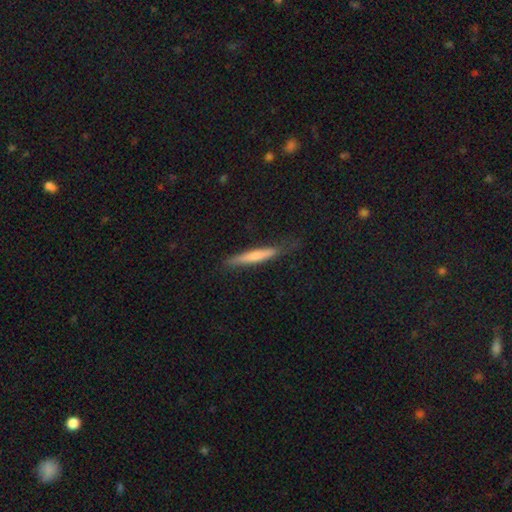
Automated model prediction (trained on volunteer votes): A smooth galaxy with no disk features (64%) that is cigar-shaped (93%).

Vote fractions:
- Smooth or featured? smooth: 64% / featured or disk: 31% / star or artifact: 5%
- How rounded? cigar-shaped: 93% / in between: 5% / round: 1%
- Merging? none: 75% / minor disturbance: 19% / major disturbance: 4% / merger: 1%